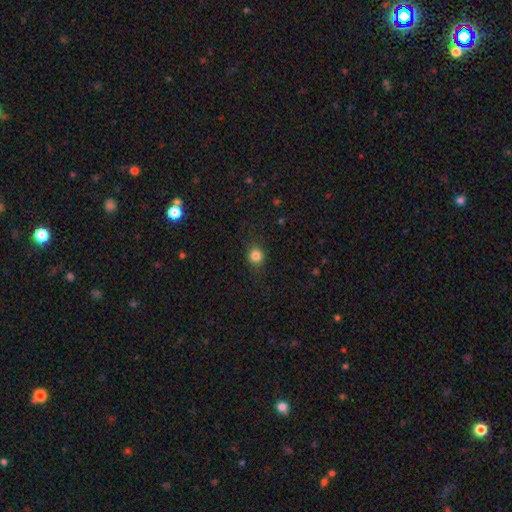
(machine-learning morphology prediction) type=smooth (83%); roundness=round (88%); merging=none (87%).